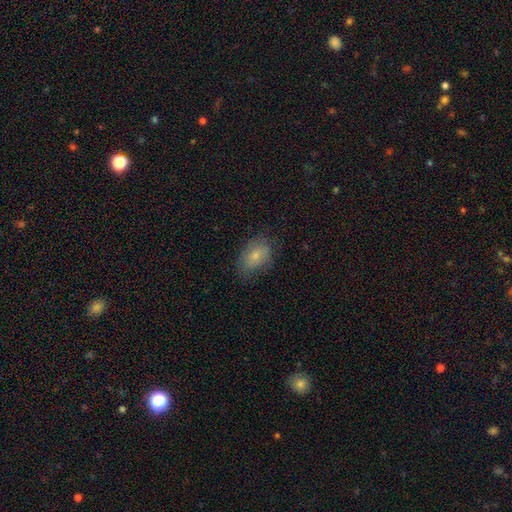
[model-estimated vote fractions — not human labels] A smooth galaxy with no disk features (75%) that is in between round and cigar-shaped (82%).

Vote fractions:
- Smooth or featured? smooth: 75% / featured or disk: 17% / star or artifact: 8%
- How rounded? in between: 82% / round: 16% / cigar-shaped: 2%
- Merging? none: 68% / minor disturbance: 23% / major disturbance: 7% / merger: 1%